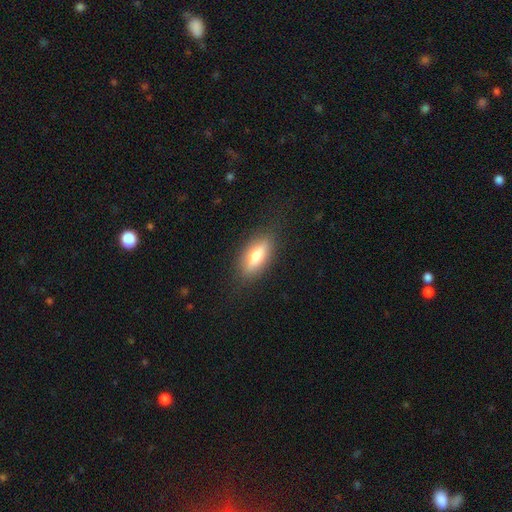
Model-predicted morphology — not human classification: smooth_or_featured: smooth (p=0.65) [alt: featured or disk p=0.28]
how_rounded: in between (p=0.71) [alt: cigar-shaped p=0.26]
merging: none (p=0.84) [alt: minor disturbance p=0.11]